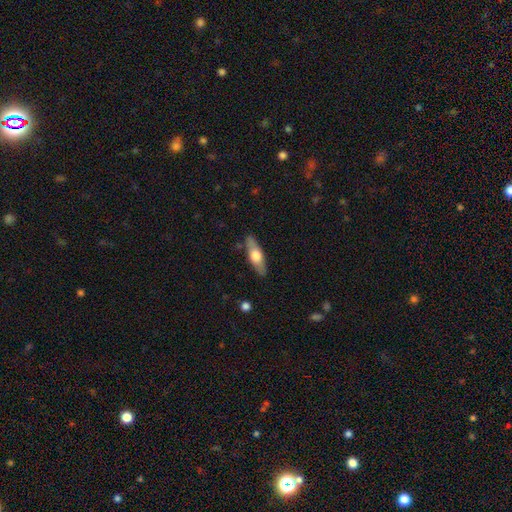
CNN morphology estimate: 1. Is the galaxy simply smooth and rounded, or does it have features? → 49% smooth, 46% featured or disk, 5% star or artifact.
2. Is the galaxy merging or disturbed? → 86% none, 10% minor disturbance, 2% major disturbance, 2% merger.